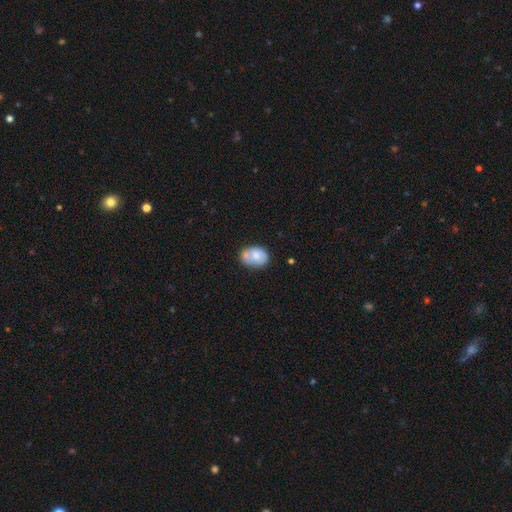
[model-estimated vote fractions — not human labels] A smooth galaxy with no disk features (70%) that is in between round and cigar-shaped (73%).

Vote fractions:
- Smooth or featured? smooth: 70% / featured or disk: 23% / star or artifact: 7%
- How rounded? in between: 73% / round: 26% / cigar-shaped: 1%
- Merging? none: 45% / merger: 27% / minor disturbance: 22% / major disturbance: 6%